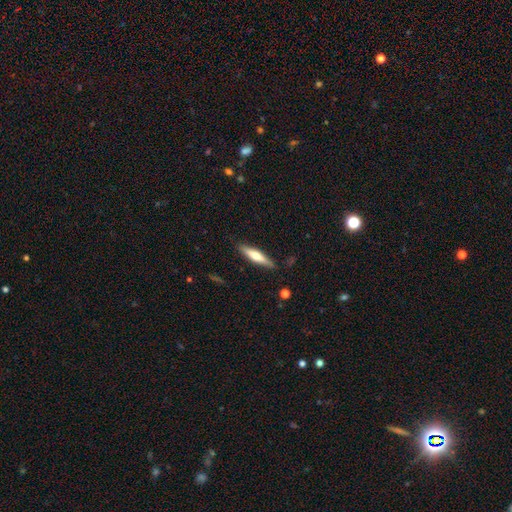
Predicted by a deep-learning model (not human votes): Smooth or featured? Predicted: smooth (p=0.49). Merging? Predicted: none (p=0.87).